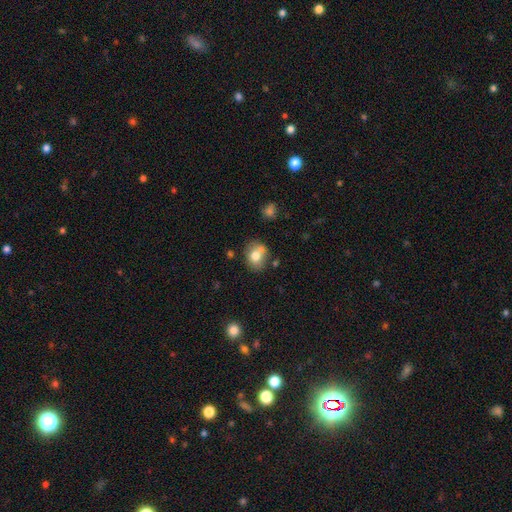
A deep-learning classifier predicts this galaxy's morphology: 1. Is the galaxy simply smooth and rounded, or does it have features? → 73% smooth, 17% featured or disk, 10% star or artifact.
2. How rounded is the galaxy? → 59% round, 40% in between, 1% cigar-shaped.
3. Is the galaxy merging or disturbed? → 57% none, 20% merger, 18% minor disturbance, 5% major disturbance.